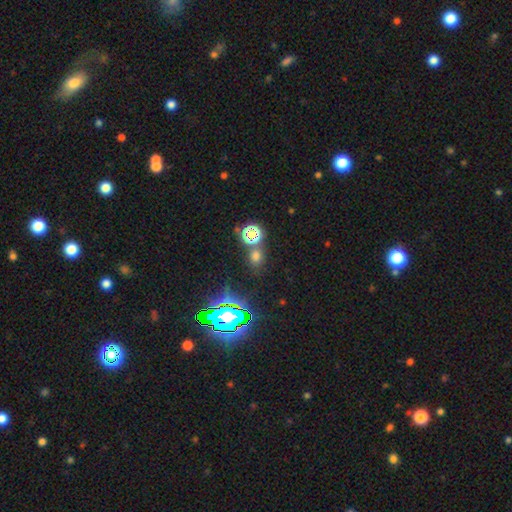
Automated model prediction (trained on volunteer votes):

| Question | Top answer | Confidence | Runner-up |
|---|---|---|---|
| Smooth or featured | smooth | 56% | star or artifact (37%) |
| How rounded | round | 73% | in between (26%) |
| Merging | none | 73% | merger (14%) |